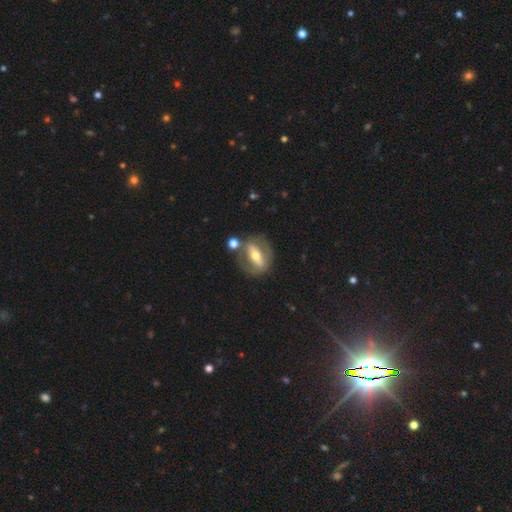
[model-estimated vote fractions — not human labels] smooth-or-featured: featured or disk: 69% | smooth: 24% | star or artifact: 7%
  disk-edge-on: no: 80% | yes: 20%
    bar: strong: 65% | weak: 17% | no: 17%
    has-spiral-arms: no: 66% | yes: 34%
    bulge-size: moderate: 66% | small: 26% | large: 6% | dominant: 1% | none: 1%
  merging: none: 64% | minor disturbance: 16% | merger: 11% | major disturbance: 9%